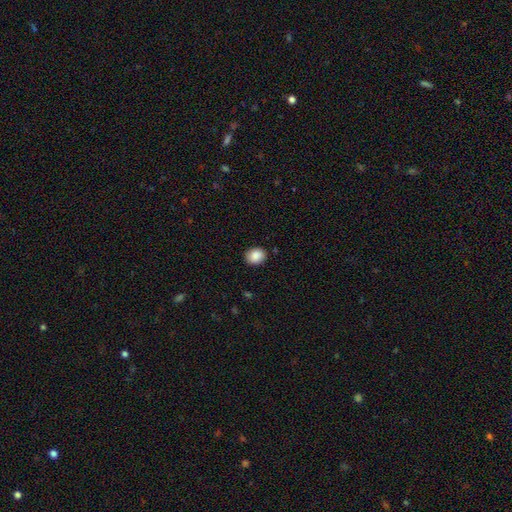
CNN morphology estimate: This is clearly a smooth galaxy (88%). How rounded: possibly round (59%). Merging: clearly none (88%).